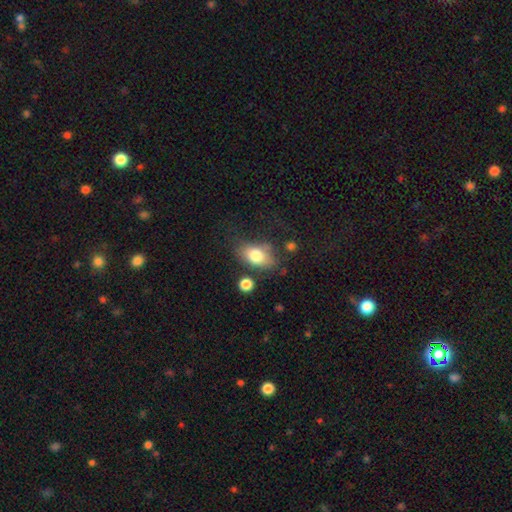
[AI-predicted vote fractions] This appears to be a smooth galaxy with no disk features (77%) that is in between round and cigar-shaped (85%). Merging: none (59%).